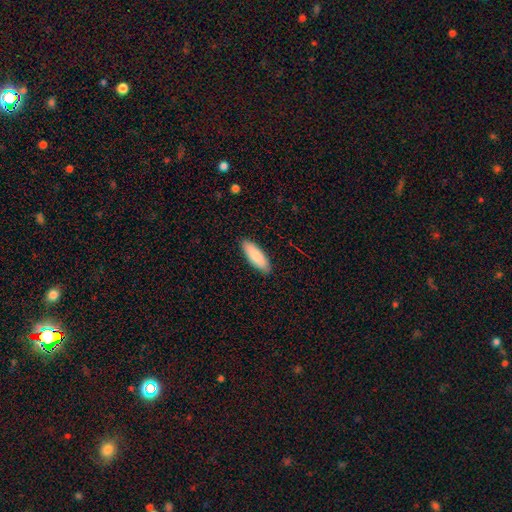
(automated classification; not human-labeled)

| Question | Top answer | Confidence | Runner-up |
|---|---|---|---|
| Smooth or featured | smooth | 87% | featured or disk (7%) |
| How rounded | in between | 63% | cigar-shaped (36%) |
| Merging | none | 89% | minor disturbance (8%) |